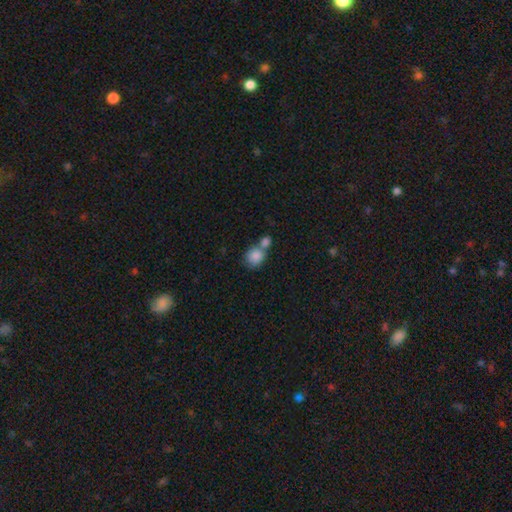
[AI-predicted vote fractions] Morphology: type=smooth (85%); roundness=round (71%); merging=merger (53%).